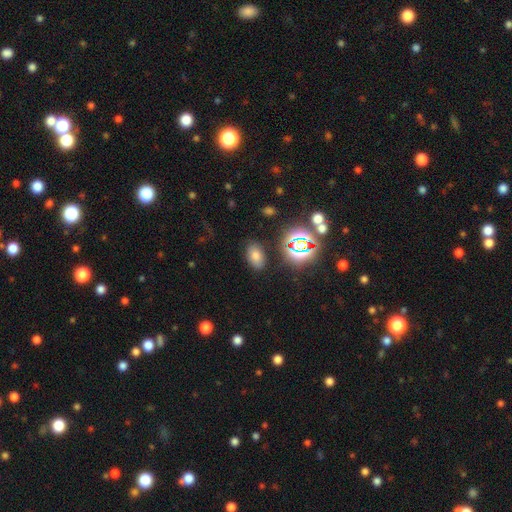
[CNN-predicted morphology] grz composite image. It shows a smooth galaxy with no disk features (65%) that is in between round and cigar-shaped (87%). Merging: none (84%).